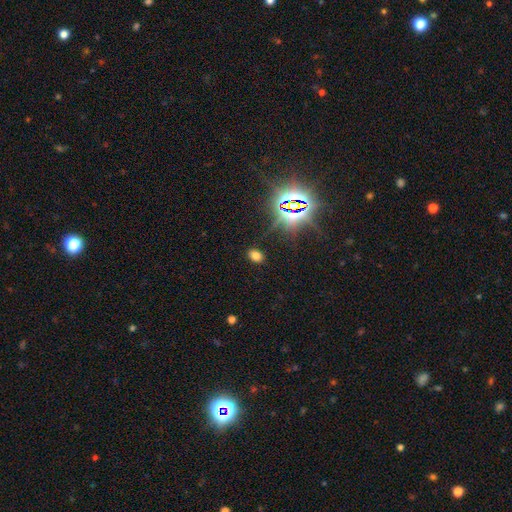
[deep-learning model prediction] Smooth or featured? Predicted: smooth (p=0.64). How rounded? Predicted: in between (p=0.79). Merging? Predicted: none (p=0.86).